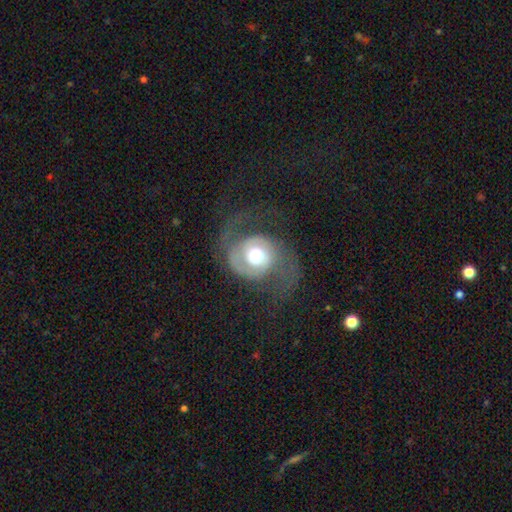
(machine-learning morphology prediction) type=featured or disk (72%); edge-on=no (97%); bar=no (71%); spiral arms=yes (81%); winding=medium (41%); arm count=2 (76%); bulge=moderate (65%); merging=none (53%).